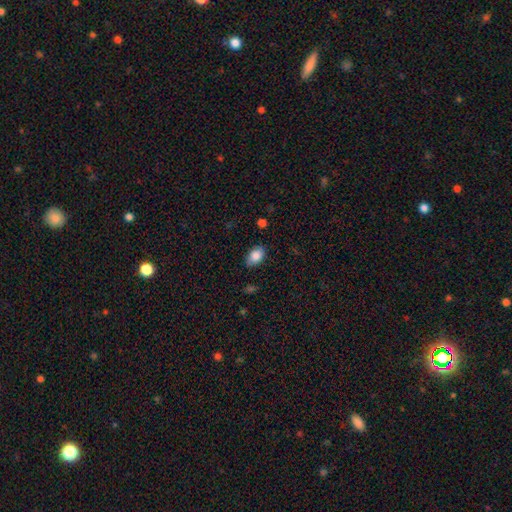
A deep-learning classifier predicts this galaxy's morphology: smooth-or-featured: smooth: 84% | featured or disk: 8% | star or artifact: 7%
  how-rounded: in between: 86% | round: 12% | cigar-shaped: 1%
  merging: none: 79% | minor disturbance: 17% | major disturbance: 3% | merger: 1%